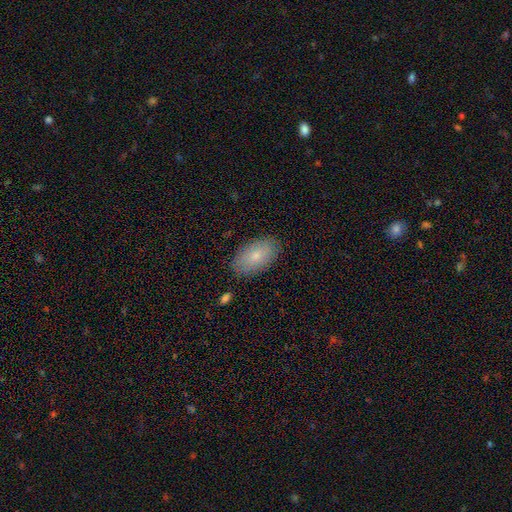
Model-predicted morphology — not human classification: This appears to be a smooth galaxy with no disk features (78%) that is in between round and cigar-shaped (94%). Merging: none (86%).